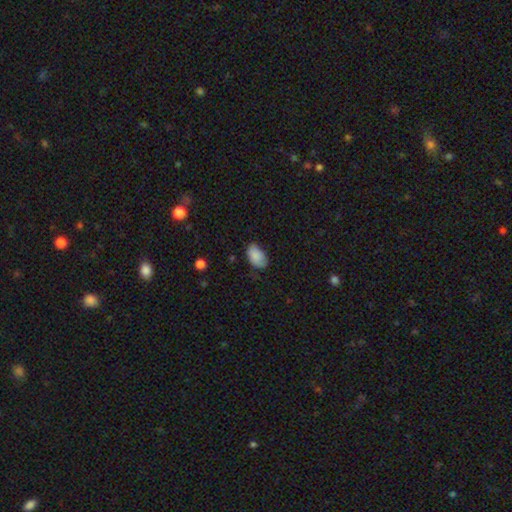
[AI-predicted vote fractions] Overall: smooth (85%). How rounded: in between (91%). Merging: none (60%; minor disturbance 32%).